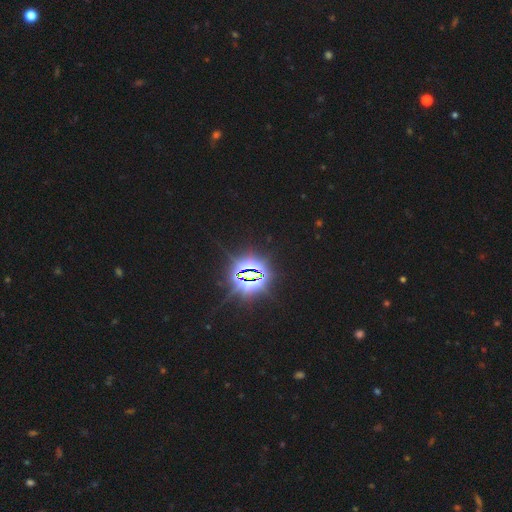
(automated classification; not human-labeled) This is clearly a star or artifact rather than a galaxy (85%).